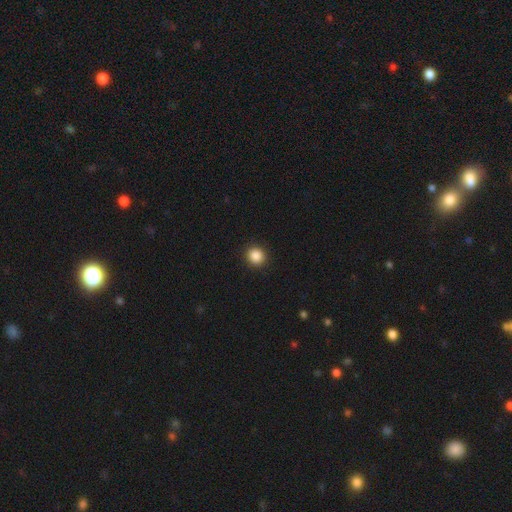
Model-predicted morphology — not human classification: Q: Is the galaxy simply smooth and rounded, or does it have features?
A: smooth — 87%.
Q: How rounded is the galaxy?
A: round — 90%.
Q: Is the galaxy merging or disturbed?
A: none — 93%.